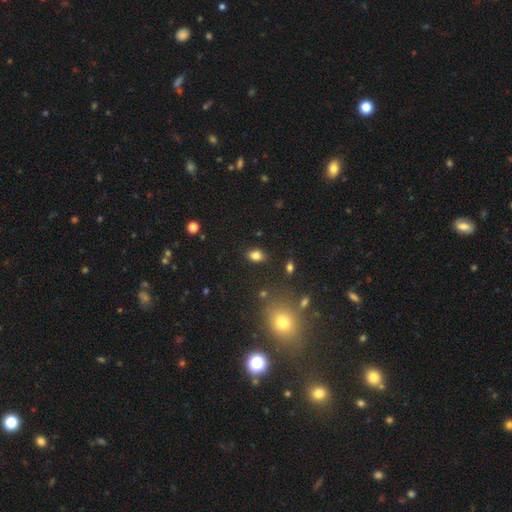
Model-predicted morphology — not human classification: smooth_or_featured: smooth (p=0.82) [alt: star or artifact p=0.12]
how_rounded: in between (p=0.79) [alt: round p=0.20]
merging: none (p=0.83) [alt: minor disturbance p=0.11]